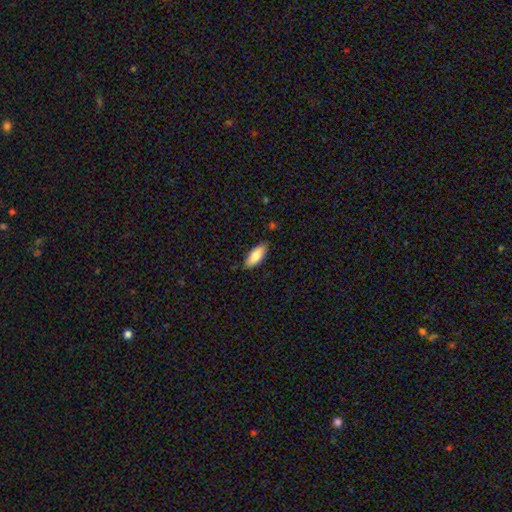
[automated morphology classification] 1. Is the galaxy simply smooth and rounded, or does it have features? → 84% smooth, 10% featured or disk, 6% star or artifact.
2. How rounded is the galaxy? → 82% in between, 17% cigar-shaped, 2% round.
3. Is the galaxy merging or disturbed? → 85% none, 12% minor disturbance, 2% major disturbance, 1% merger.